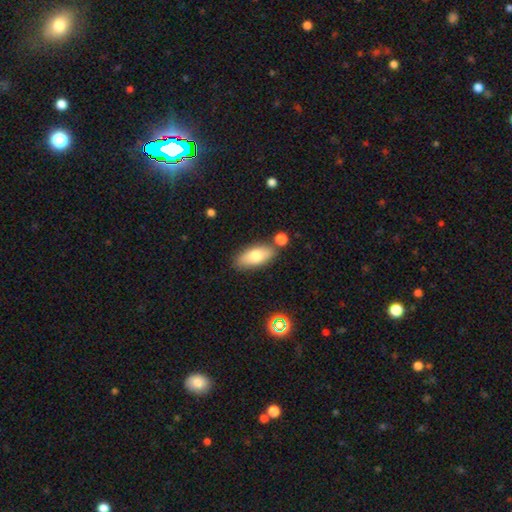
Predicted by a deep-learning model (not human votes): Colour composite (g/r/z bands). It shows a smooth galaxy with no disk features (73%) that is in between round and cigar-shaped (84%). Merging: none (79%).